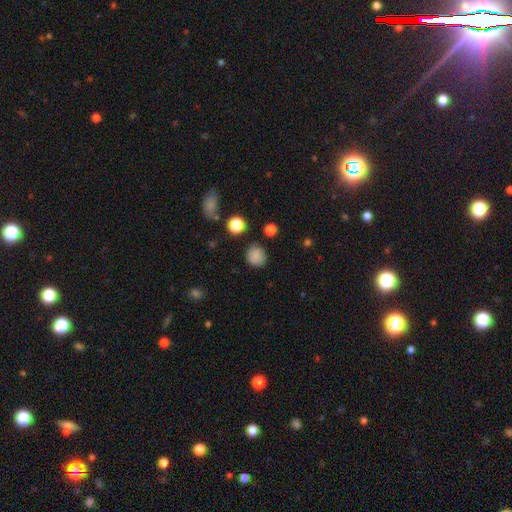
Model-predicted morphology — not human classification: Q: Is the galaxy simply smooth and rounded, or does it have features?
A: smooth — 82%.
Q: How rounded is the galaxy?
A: round — 85%.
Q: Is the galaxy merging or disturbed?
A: none — 82%.